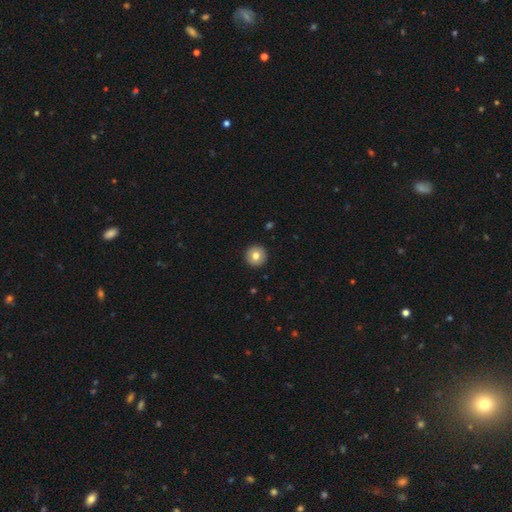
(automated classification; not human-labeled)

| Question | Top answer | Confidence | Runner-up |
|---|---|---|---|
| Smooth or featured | smooth | 79% | featured or disk (13%) |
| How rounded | round | 96% | in between (3%) |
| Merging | none | 93% | minor disturbance (4%) |